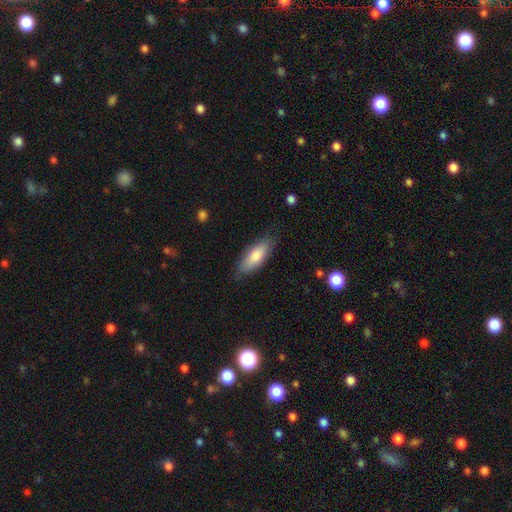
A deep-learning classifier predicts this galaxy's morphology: The model was most divided on "how rounded": in between: 64%, cigar-shaped: 34%, round: 2%. More confident: merging — none (83%); smooth or featured — smooth (76%).